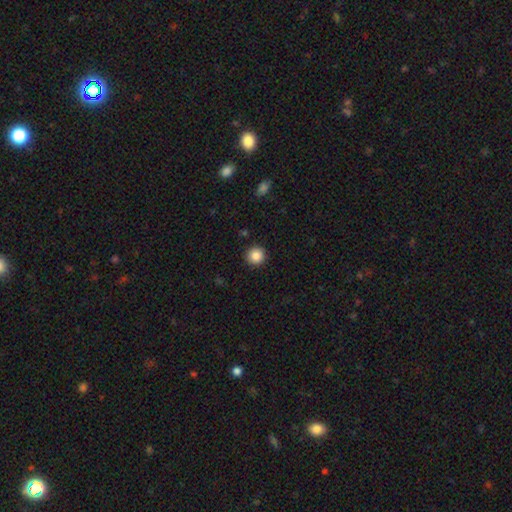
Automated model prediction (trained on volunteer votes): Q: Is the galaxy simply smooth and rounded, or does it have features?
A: smooth — 86%.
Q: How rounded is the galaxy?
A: round — 95%.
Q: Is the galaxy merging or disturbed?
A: none — 92%.